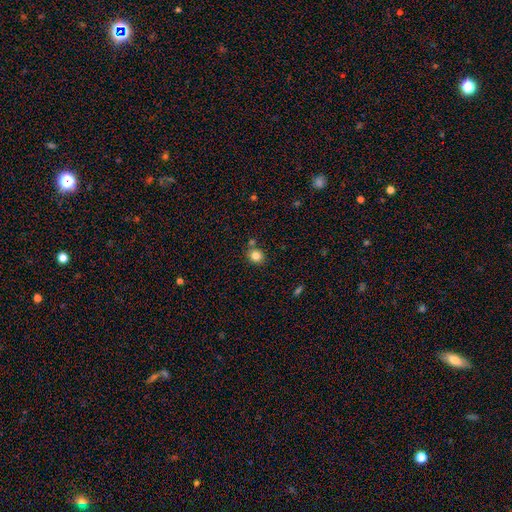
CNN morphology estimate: The model was most divided on "how rounded": round: 78%, in between: 21%, cigar-shaped: 1%. More confident: smooth or featured — smooth (83%); merging — none (76%).